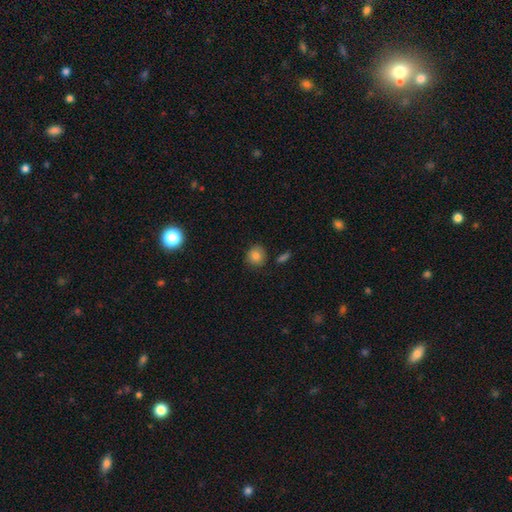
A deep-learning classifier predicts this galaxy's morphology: A smooth galaxy with no disk features (82%) that is round (87%). Merging: none (83%).